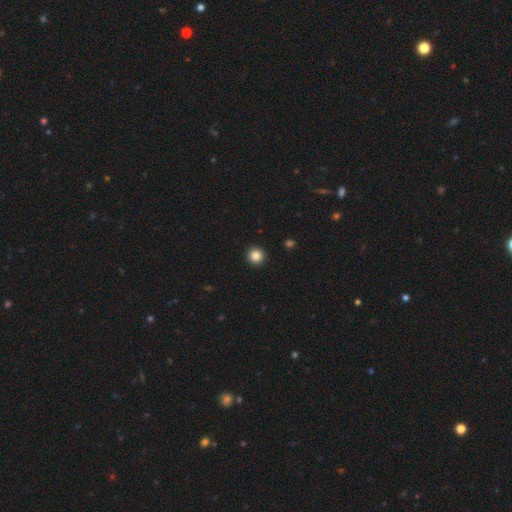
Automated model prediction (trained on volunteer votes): smooth 85%, star or artifact 11%, featured or disk 4%. Down the decision tree: how rounded — round (95%); merging — none (94%).